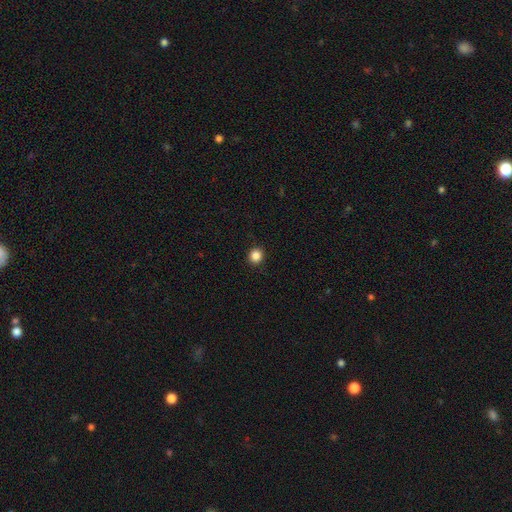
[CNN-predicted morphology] Smooth or featured? smooth (86%)
How rounded? round (91%)
Merging? none (93%)